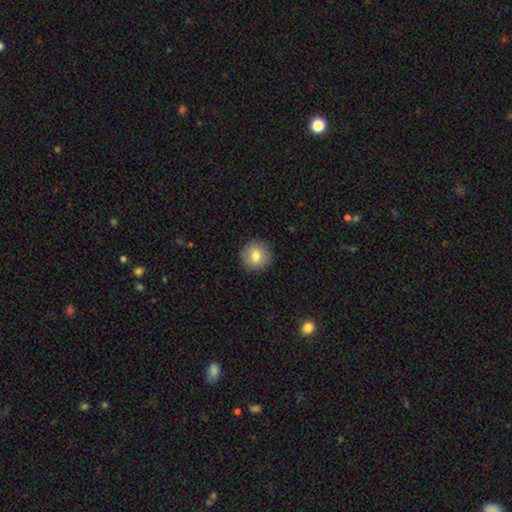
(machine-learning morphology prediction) Smooth or featured? Predicted: smooth (p=0.80). How rounded? Predicted: round (p=0.94). Merging? Predicted: none (p=0.92).